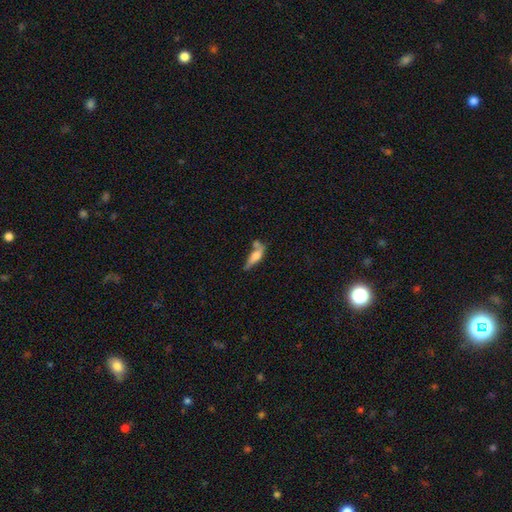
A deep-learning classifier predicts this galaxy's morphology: Smooth or featured? Predicted: smooth (p=0.53). How rounded? Predicted: cigar-shaped (p=0.54). Merging? Predicted: none (p=0.36).